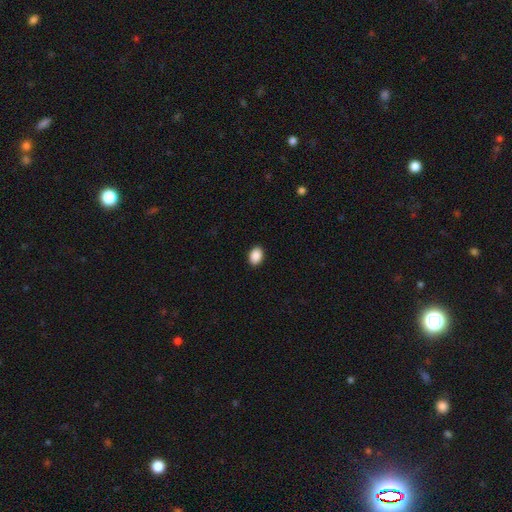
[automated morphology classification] smooth_or_featured: smooth (p=0.90) [alt: star or artifact p=0.08]
how_rounded: in between (p=0.74) [alt: round p=0.25]
merging: none (p=0.91) [alt: minor disturbance p=0.06]